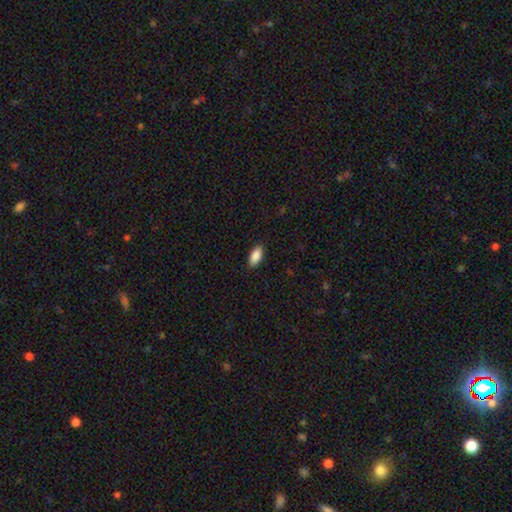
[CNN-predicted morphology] smooth-or-featured: smooth: 88% | star or artifact: 7% | featured or disk: 5%
  how-rounded: in between: 89% | cigar-shaped: 8% | round: 2%
  merging: none: 89% | minor disturbance: 8% | major disturbance: 2% | merger: 1%